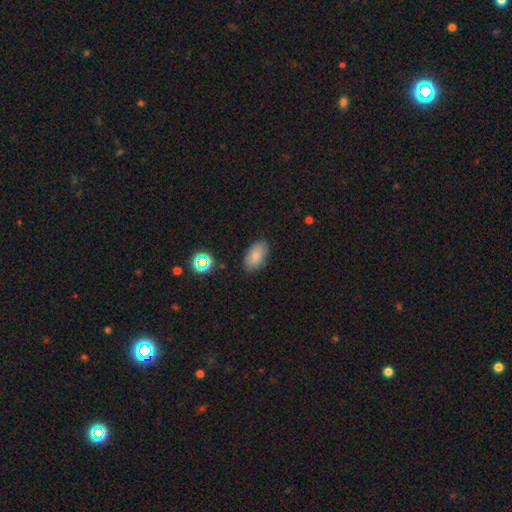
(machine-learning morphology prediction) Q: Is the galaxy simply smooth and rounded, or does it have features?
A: smooth — 79%.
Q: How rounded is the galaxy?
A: in between — 91%.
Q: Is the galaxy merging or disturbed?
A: none — 84%.